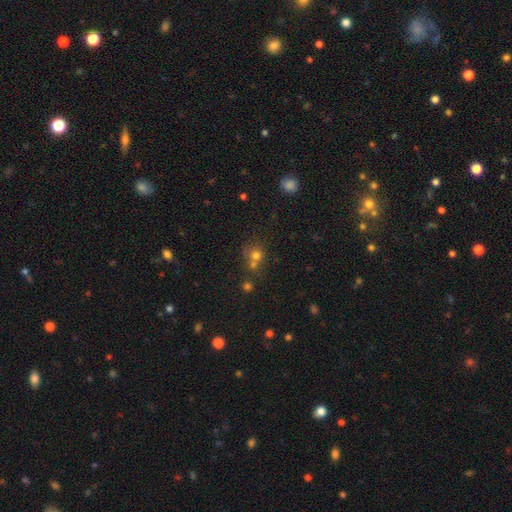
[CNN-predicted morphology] smooth-or-featured: smooth: 66% | star or artifact: 22% | featured or disk: 12%
  how-rounded: round: 85% | in between: 14% | cigar-shaped: 1%
  merging: none: 47% | merger: 41% | minor disturbance: 8% | major disturbance: 4%